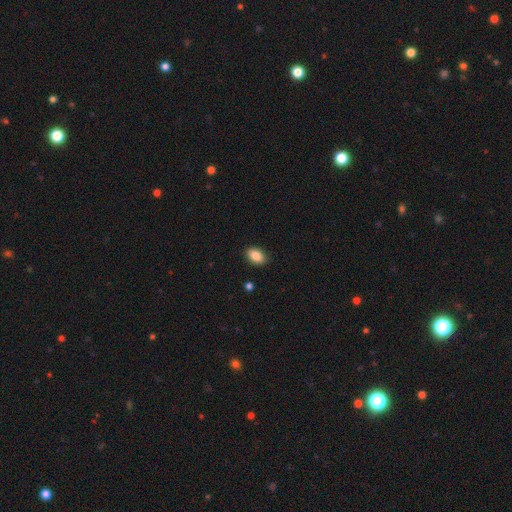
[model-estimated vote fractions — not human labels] Overall: smooth (87%). How rounded: in between (87%). Merging: none (89%).